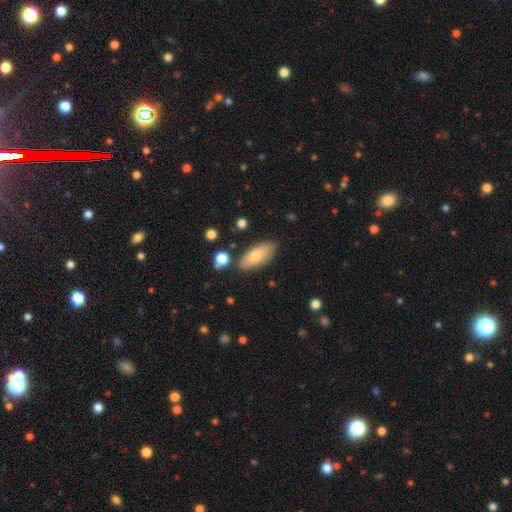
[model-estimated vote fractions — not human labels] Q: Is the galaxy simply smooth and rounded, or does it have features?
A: smooth — 72%.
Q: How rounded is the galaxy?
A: in between — 81%.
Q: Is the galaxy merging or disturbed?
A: none — 82%.